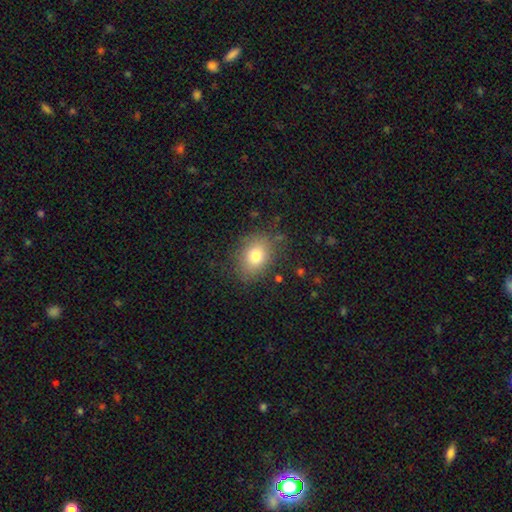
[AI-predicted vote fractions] Overall: smooth (77%). How rounded: in between (56%; round 43%). Merging: none (80%).